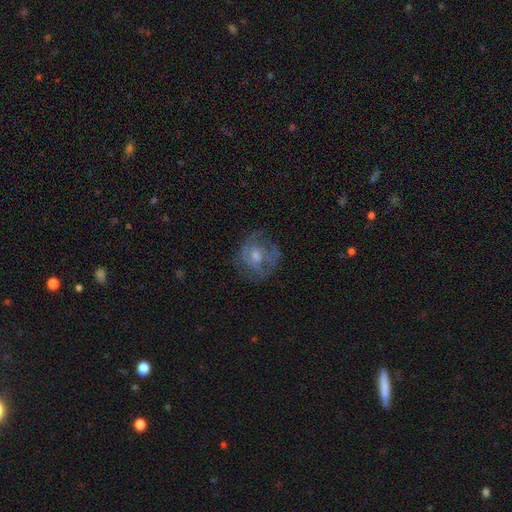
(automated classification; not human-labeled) Overall: featured or disk (65%). Edge-on disk: no (97%). Bar: no (64%; weak 30%). Spiral arms: yes (66%; no 34%). Bulge size: moderate (55%; small 35%). Merging: none (65%).